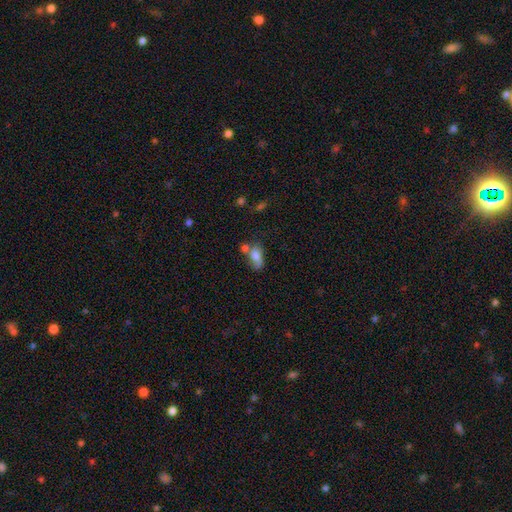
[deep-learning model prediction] A smooth galaxy with no disk features (70%) that is in between round and cigar-shaped (84%).

Vote fractions:
- Smooth or featured? smooth: 70% / featured or disk: 20% / star or artifact: 10%
- How rounded? in between: 84% / round: 12% / cigar-shaped: 4%
- Merging? none: 37% / merger: 28% / minor disturbance: 23% / major disturbance: 12%